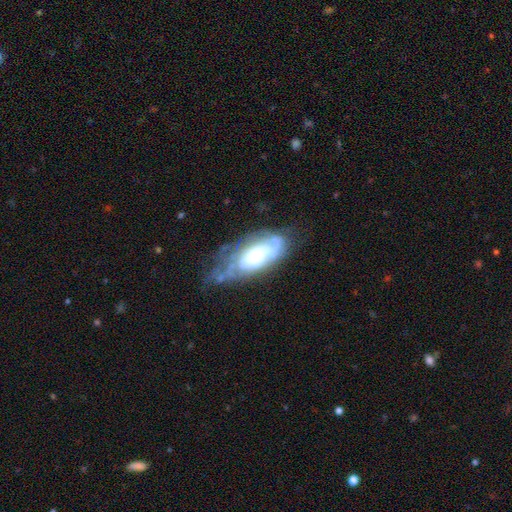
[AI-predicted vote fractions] Q: Smooth or featured?
A: featured or disk (72%); runner-up: smooth (22%)
Q: Edge-on disk?
A: no (90%); runner-up: yes (10%)
Q: Bar?
A: no (73%); runner-up: weak (21%)
Q: Spiral arms?
A: yes (80%); runner-up: no (20%)
Q: Spiral winding?
A: tight (64%); runner-up: medium (27%)
Q: Spiral arm count?
A: can't tell (58%); runner-up: 2 (21%)
Q: Bulge size?
A: moderate (44%); runner-up: small (43%)
Q: Merging?
A: none (48%); runner-up: minor disturbance (30%)